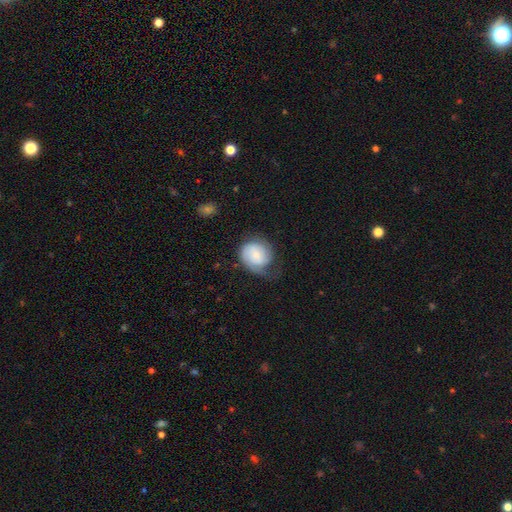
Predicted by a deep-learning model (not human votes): A smooth galaxy with no disk features (50%) that is round (75%). Merging: none (41%).